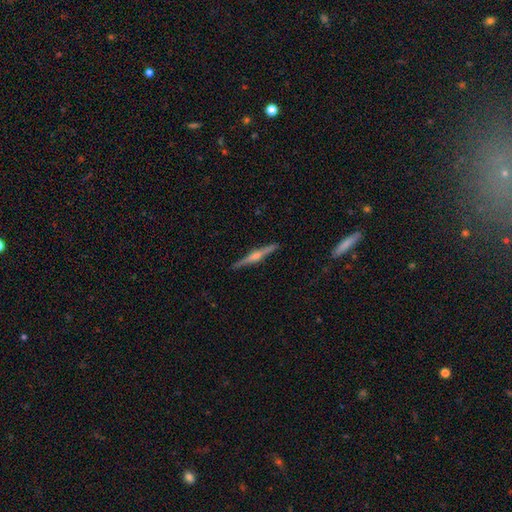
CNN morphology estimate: Smooth or featured?
  - featured or disk: 72% *
  - smooth: 19%
  - star or artifact: 9%
Edge-on disk?
  - yes: 96% *
  - no: 4%
Edge-on bulge?
  - rounded: 85% *
  - none: 8%
  - boxy: 7%
Merging?
  - none: 87% *
  - minor disturbance: 9%
  - major disturbance: 2%
  - merger: 2%